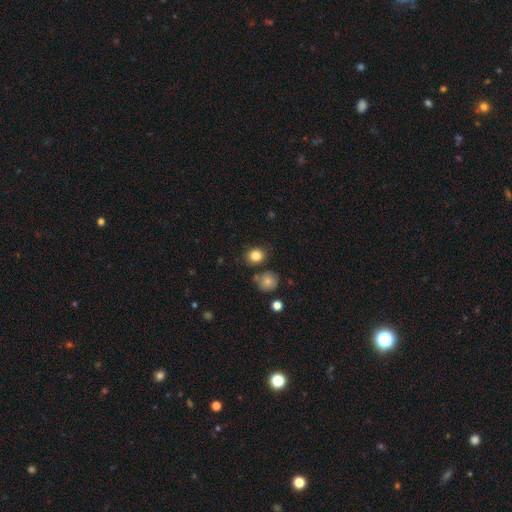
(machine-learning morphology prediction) smooth 83%, star or artifact 11%, featured or disk 5%. Down the decision tree: how rounded — round (74%); merging — none (79%).